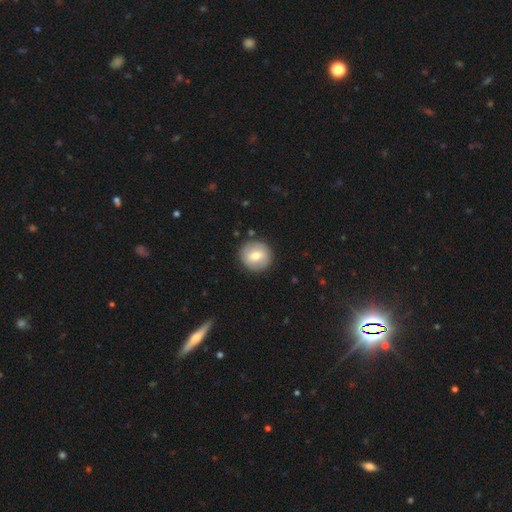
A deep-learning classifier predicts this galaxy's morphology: Q: Smooth or featured?
A: smooth (68%); runner-up: featured or disk (25%)
Q: How rounded?
A: round (93%); runner-up: in between (6%)
Q: Merging?
A: none (89%); runner-up: minor disturbance (7%)